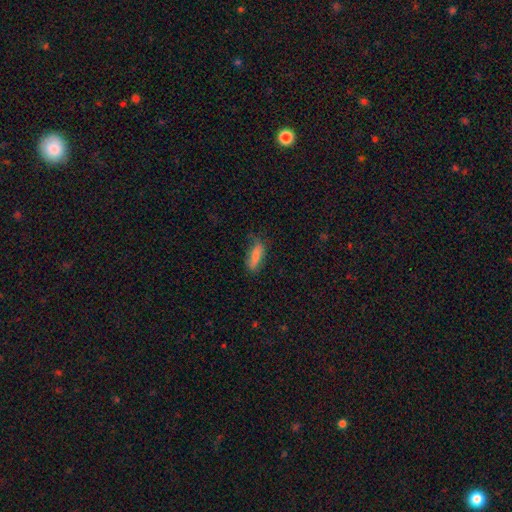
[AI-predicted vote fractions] This appears to be a smooth galaxy with no disk features (80%) that is in between round and cigar-shaped (57%). Merging: none (68%).